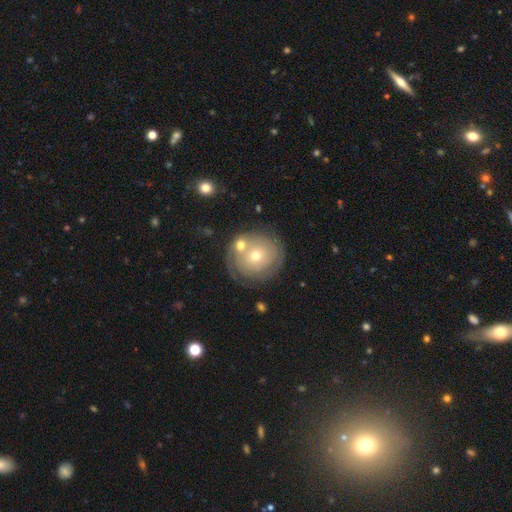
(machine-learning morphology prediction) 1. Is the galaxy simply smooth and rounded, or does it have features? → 60% featured or disk, 32% smooth, 8% star or artifact.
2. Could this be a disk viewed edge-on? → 97% no, 3% yes.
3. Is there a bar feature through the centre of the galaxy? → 85% no, 12% weak, 3% strong.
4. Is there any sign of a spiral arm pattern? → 75% yes, 25% no.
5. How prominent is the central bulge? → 50% small, 46% moderate, 3% large, 1% dominant, 1% none.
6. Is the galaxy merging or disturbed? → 66% none, 14% merger, 14% minor disturbance, 6% major disturbance.